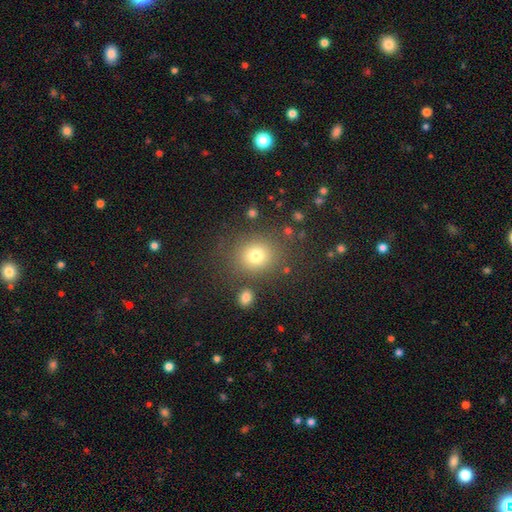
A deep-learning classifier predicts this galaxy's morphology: This is likely a smooth galaxy (76%). How rounded: likely round (74%). Merging: likely none (80%).